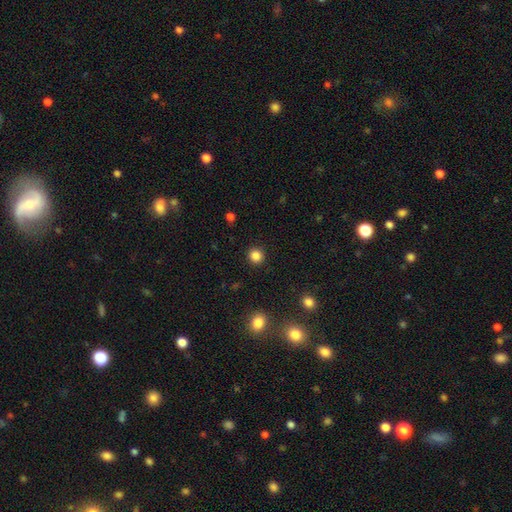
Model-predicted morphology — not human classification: This appears to be a smooth galaxy with no disk features (85%) that is round (92%). Merging: none (92%).